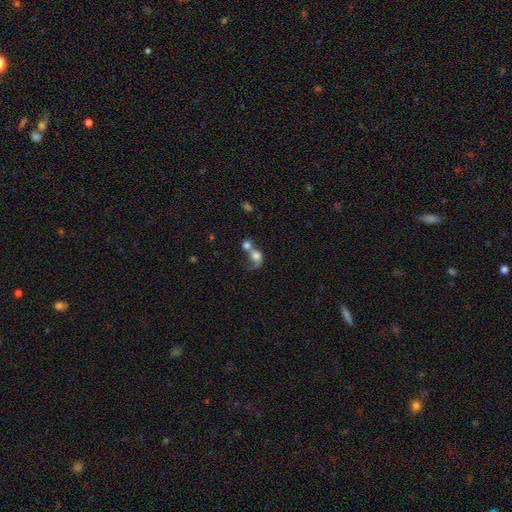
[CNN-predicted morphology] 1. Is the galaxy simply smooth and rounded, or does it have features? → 64% smooth, 26% featured or disk, 10% star or artifact.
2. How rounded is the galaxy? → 57% round, 41% in between, 2% cigar-shaped.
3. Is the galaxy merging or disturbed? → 69% merger, 13% major disturbance, 12% none, 7% minor disturbance.